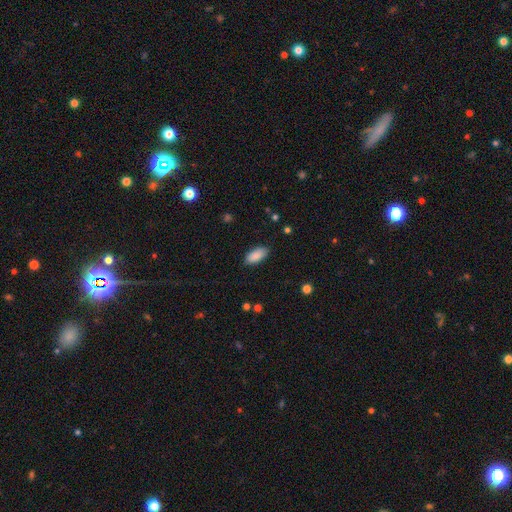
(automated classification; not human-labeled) smooth-or-featured: smooth: 88% | star or artifact: 7% | featured or disk: 5%
  how-rounded: in between: 92% | cigar-shaped: 6% | round: 2%
  merging: none: 87% | minor disturbance: 10% | major disturbance: 2% | merger: 1%